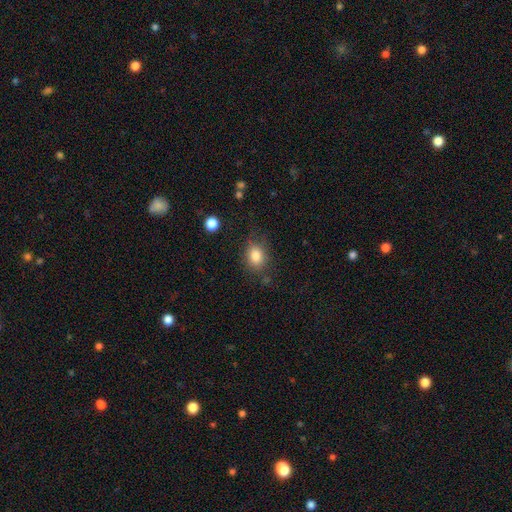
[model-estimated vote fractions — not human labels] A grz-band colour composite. It shows a smooth galaxy with no disk features (83%) that is in between round and cigar-shaped (55%). Merging: none (73%).